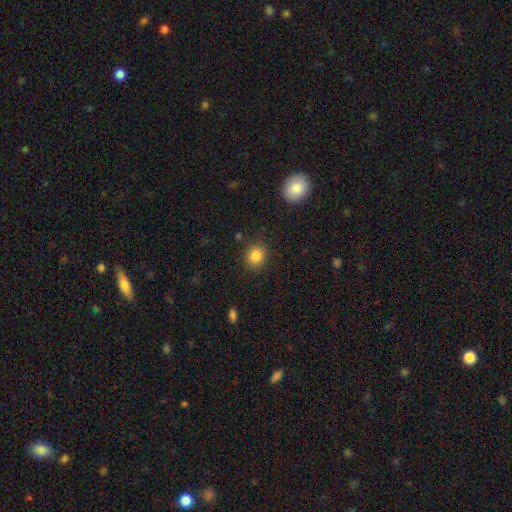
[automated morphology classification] smooth_or_featured: smooth (p=0.84) [alt: star or artifact p=0.11]
how_rounded: round (p=0.74) [alt: in between p=0.25]
merging: none (p=0.87) [alt: minor disturbance p=0.09]